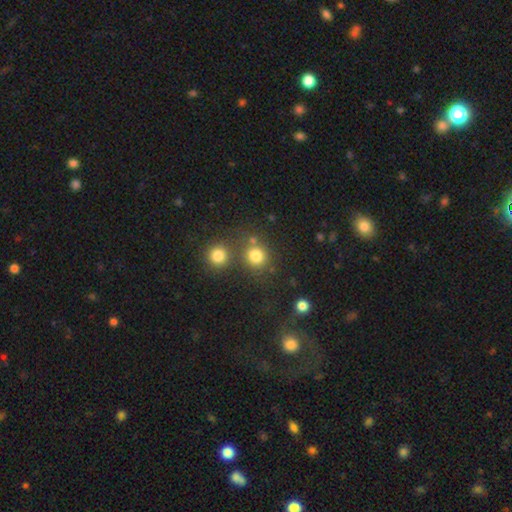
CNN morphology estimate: smooth 79%, star or artifact 14%, featured or disk 6%. Down the decision tree: how rounded — round (86%); merging — none (65%).